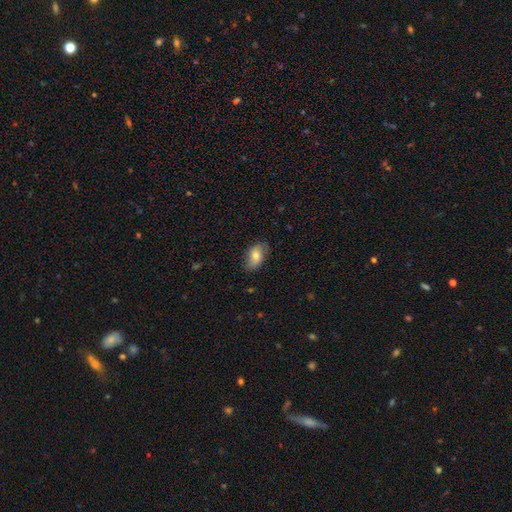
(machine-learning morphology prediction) Q: Smooth or featured?
A: smooth (71%); runner-up: featured or disk (22%)
Q: How rounded?
A: in between (91%); runner-up: round (7%)
Q: Merging?
A: none (77%); runner-up: minor disturbance (18%)